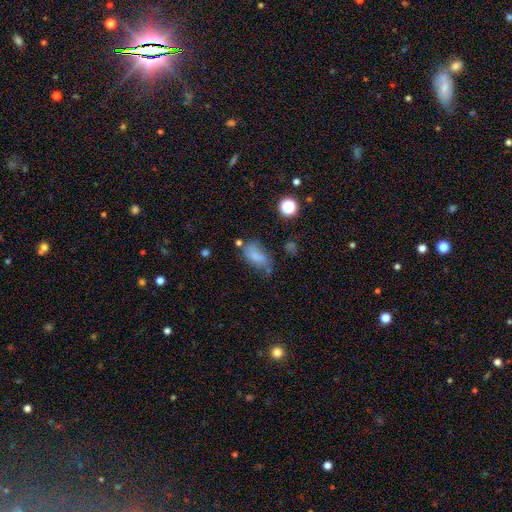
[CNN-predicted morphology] Overall: smooth (69%). How rounded: in between (87%). Merging: none (40%; minor disturbance 31%).